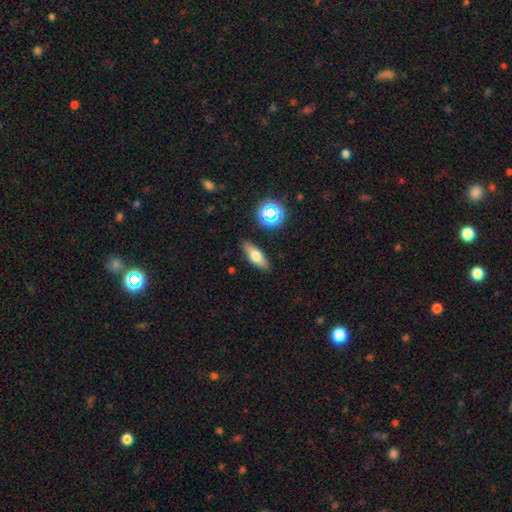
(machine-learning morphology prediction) Smooth or featured? Predicted: smooth (p=0.66). How rounded? Predicted: in between (p=0.63). Merging? Predicted: none (p=0.86).